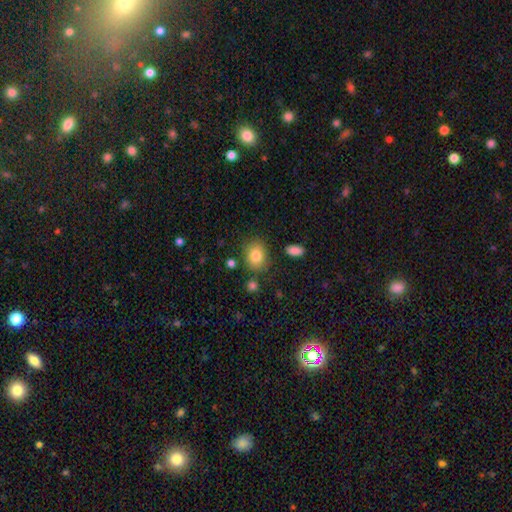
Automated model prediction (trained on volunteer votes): The model was most divided on "how rounded": in between: 51%, round: 48%, cigar-shaped: 1%. More confident: smooth or featured — smooth (83%); merging — none (80%).